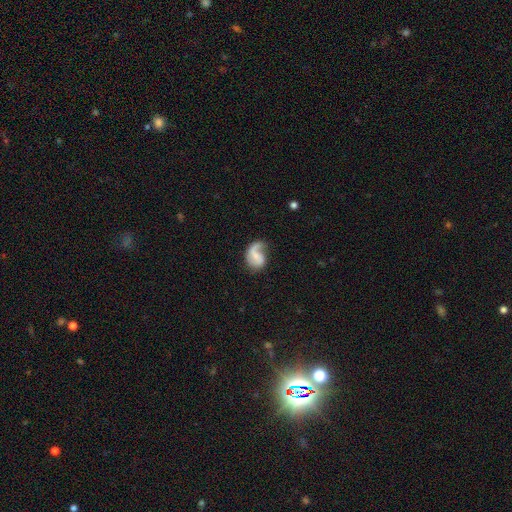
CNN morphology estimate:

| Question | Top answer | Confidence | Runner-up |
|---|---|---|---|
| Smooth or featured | featured or disk | 66% | smooth (27%) |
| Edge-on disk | no | 98% | yes (2%) |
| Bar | no | 50% | weak (39%) |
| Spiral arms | yes | 89% | no (11%) |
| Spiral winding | loose | 56% | medium (33%) |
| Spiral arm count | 1 | 53% | 2 (40%) |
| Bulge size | small | 45% | none (31%) |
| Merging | none | 40% | major disturbance (30%) |